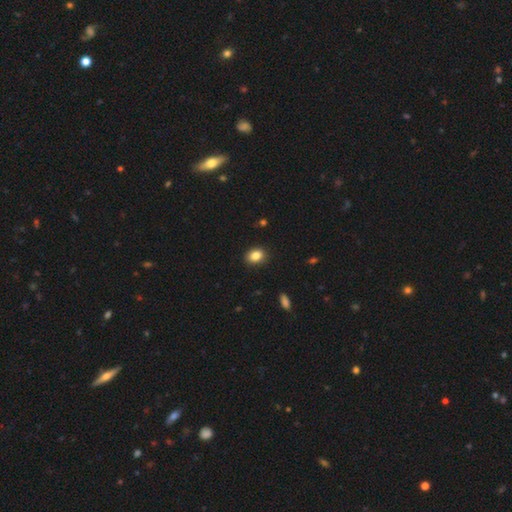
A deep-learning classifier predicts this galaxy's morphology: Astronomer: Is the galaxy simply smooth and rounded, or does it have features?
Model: smooth — 86%.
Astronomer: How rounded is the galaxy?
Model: in between — 67%.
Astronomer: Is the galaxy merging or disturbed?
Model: none — 89%.